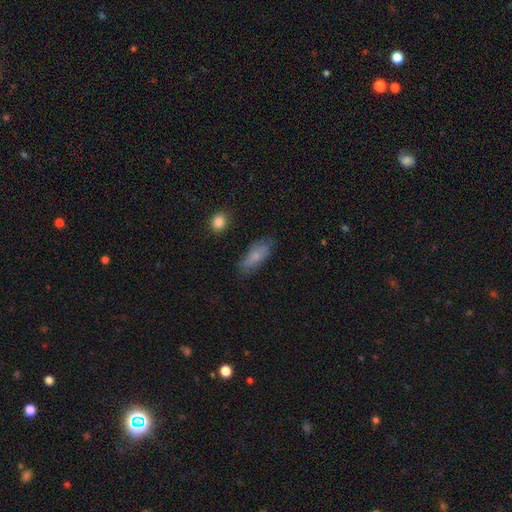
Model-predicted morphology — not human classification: smooth_or_featured: smooth (p=0.74) [alt: featured or disk p=0.19]
how_rounded: in between (p=0.70) [alt: cigar-shaped p=0.27]
merging: none (p=0.76) [alt: minor disturbance p=0.18]